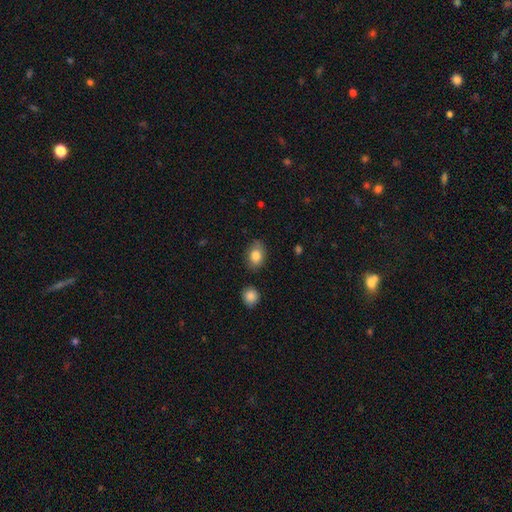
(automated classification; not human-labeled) This is clearly a smooth galaxy (82%). How rounded: likely in between (74%). Merging: likely none (79%).